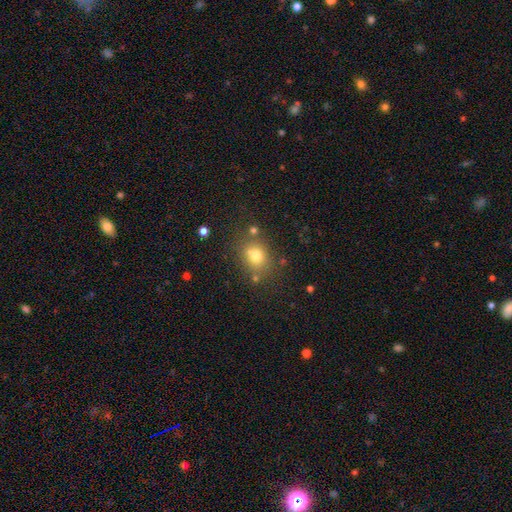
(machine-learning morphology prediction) A smooth galaxy with no disk features (71%) that is round (66%).

Vote fractions:
- Smooth or featured? smooth: 71% / star or artifact: 17% / featured or disk: 13%
- How rounded? round: 66% / in between: 33% / cigar-shaped: 1%
- Merging? none: 68% / minor disturbance: 14% / merger: 14% / major disturbance: 5%